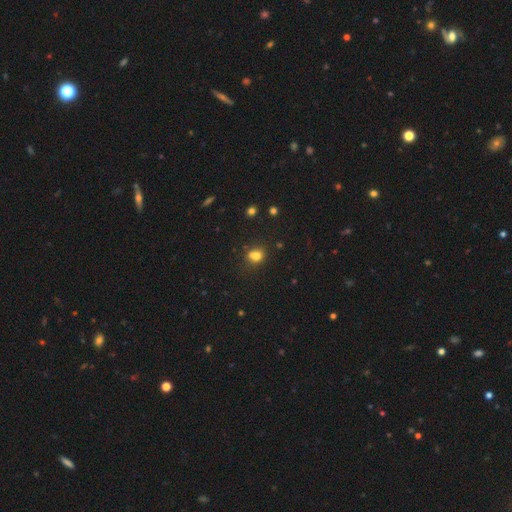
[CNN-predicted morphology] This is likely a smooth galaxy (74%). How rounded: possibly round (56%). Merging: possibly none (51%).